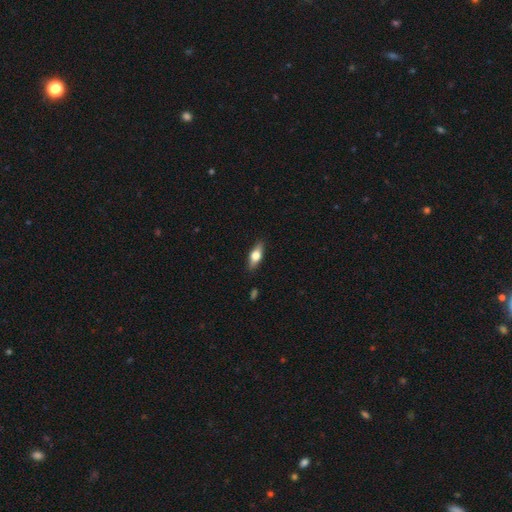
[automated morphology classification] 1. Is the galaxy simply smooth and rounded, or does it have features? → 56% smooth, 37% featured or disk, 7% star or artifact.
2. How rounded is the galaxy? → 67% in between, 29% cigar-shaped, 4% round.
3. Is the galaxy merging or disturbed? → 87% none, 10% minor disturbance, 2% major disturbance, 1% merger.